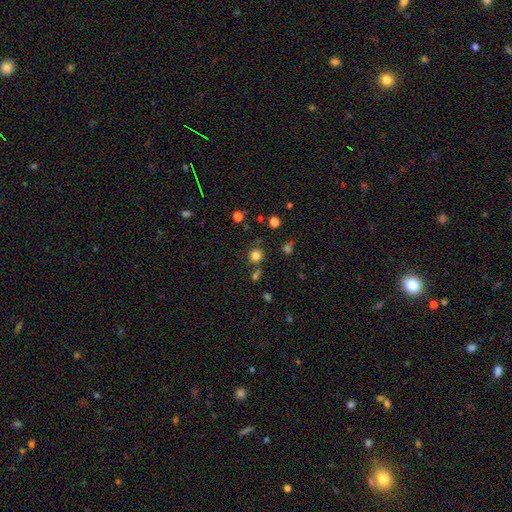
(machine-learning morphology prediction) A smooth galaxy with no disk features (79%) that is round (92%).

Vote fractions:
- Smooth or featured? smooth: 79% / star or artifact: 16% / featured or disk: 6%
- How rounded? round: 92% / in between: 7% / cigar-shaped: 1%
- Merging? none: 78% / merger: 10% / minor disturbance: 9% / major disturbance: 3%